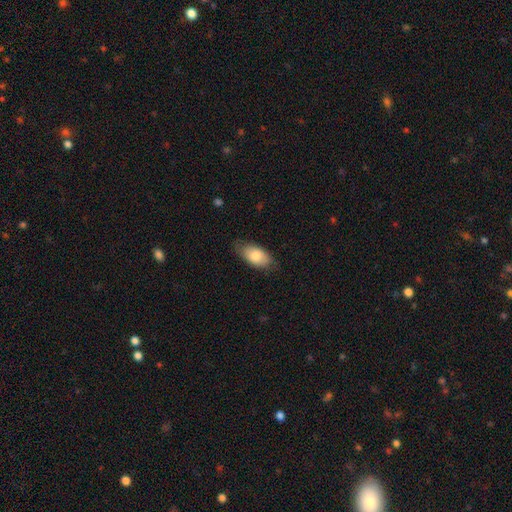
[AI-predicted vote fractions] Smooth or featured: smooth — 80% (featured or disk — 14%)
How rounded: in between — 92% (cigar-shaped — 4%)
Merging: none — 74% (minor disturbance — 21%)